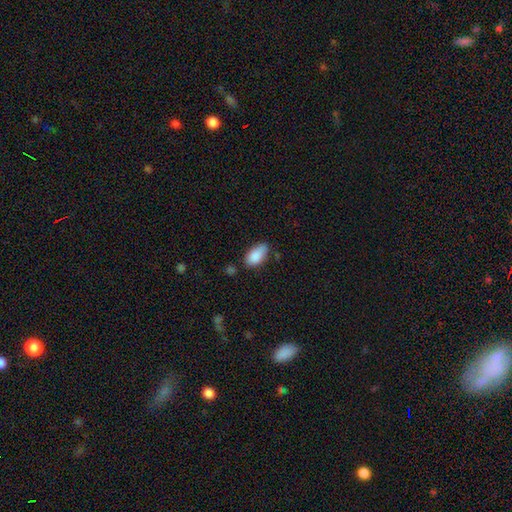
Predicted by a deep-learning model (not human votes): Smooth or featured?
  - smooth: 87% *
  - star or artifact: 7%
  - featured or disk: 6%
How rounded?
  - in between: 92% *
  - cigar-shaped: 4%
  - round: 3%
Merging?
  - none: 60% *
  - minor disturbance: 29%
  - major disturbance: 6%
  - merger: 5%